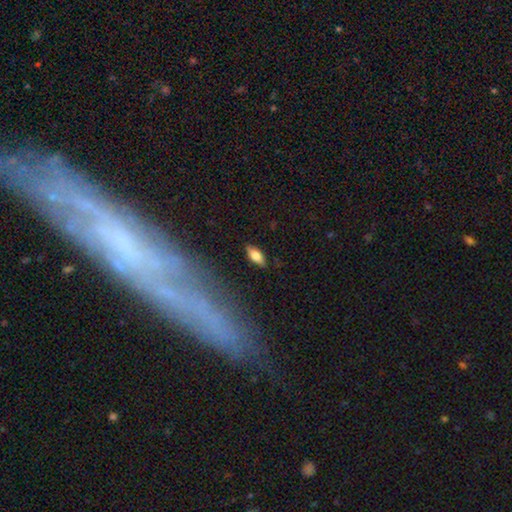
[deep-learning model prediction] smooth-or-featured: smooth: 68% | featured or disk: 24% | star or artifact: 8%
  how-rounded: in between: 77% | cigar-shaped: 20% | round: 3%
  merging: none: 86% | minor disturbance: 10% | major disturbance: 2% | merger: 1%